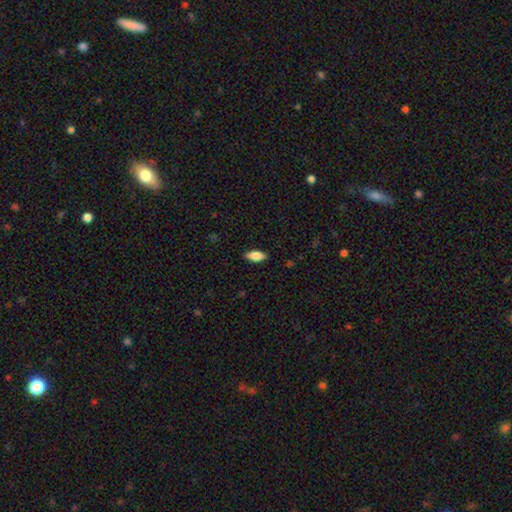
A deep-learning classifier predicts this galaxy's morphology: smooth_or_featured: smooth (p=0.82) [alt: featured or disk p=0.11]
how_rounded: in between (p=0.84) [alt: cigar-shaped p=0.13]
merging: none (p=0.88) [alt: minor disturbance p=0.09]